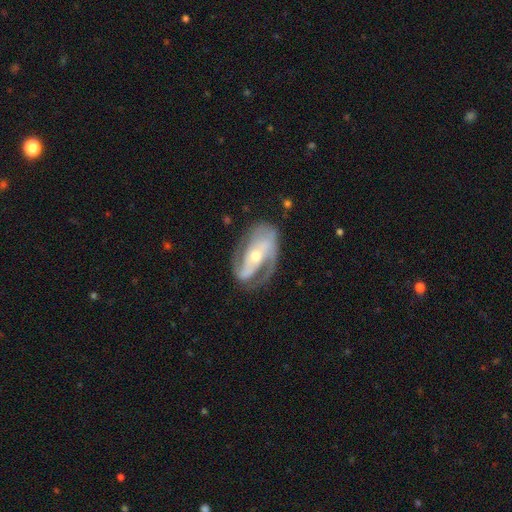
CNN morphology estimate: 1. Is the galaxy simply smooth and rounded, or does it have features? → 85% featured or disk, 10% smooth, 5% star or artifact.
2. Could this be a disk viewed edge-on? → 95% no, 5% yes.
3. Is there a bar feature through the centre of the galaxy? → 36% no, 35% strong, 29% weak.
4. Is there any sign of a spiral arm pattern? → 92% yes, 8% no.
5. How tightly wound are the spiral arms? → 44% medium, 32% tight, 24% loose.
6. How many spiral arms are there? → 73% 2, 12% 1, 9% can't tell, 4% 3, 1% 4, 1% more than 4.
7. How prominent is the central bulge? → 52% moderate, 43% small, 3% large, 1% none, 1% dominant.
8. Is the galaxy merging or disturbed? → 61% none, 21% minor disturbance, 15% major disturbance, 2% merger.